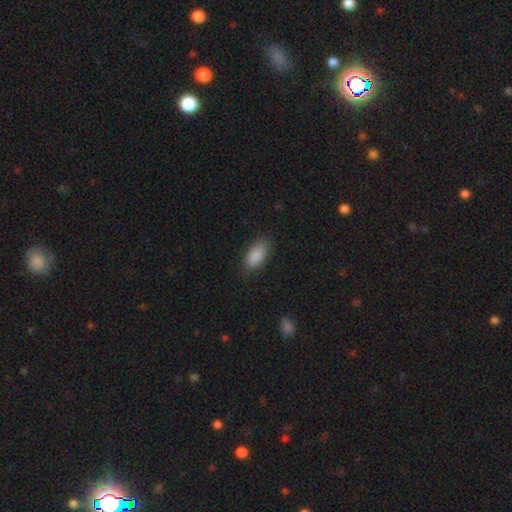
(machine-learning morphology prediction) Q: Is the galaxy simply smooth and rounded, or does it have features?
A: smooth — 89%.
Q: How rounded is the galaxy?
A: in between — 91%.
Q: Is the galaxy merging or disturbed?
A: none — 83%.